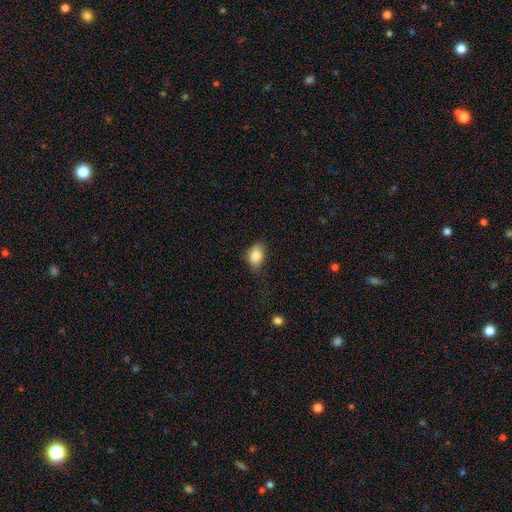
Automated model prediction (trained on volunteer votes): Smooth or featured: smooth — 84% (star or artifact — 9%)
How rounded: in between — 75% (round — 23%)
Merging: none — 63% (minor disturbance — 28%)